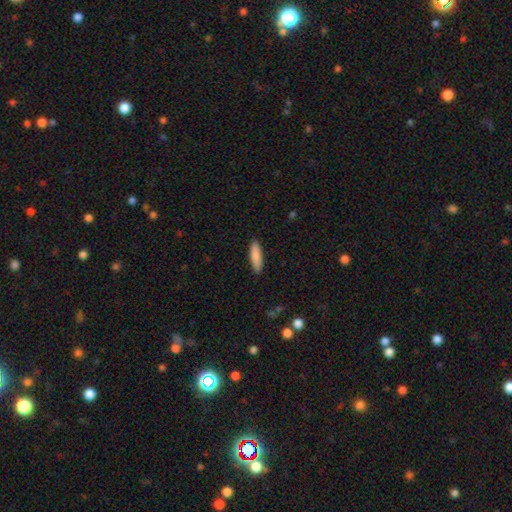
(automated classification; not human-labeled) Smooth or featured? Predicted: smooth (p=0.86). How rounded? Predicted: cigar-shaped (p=0.70). Merging? Predicted: none (p=0.89).